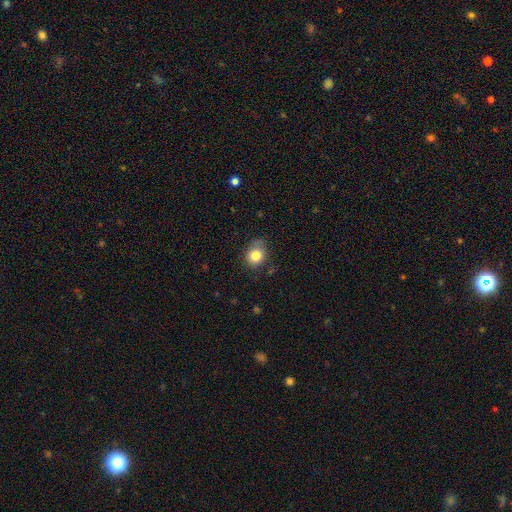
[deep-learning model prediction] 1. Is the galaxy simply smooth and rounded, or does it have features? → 82% smooth, 10% star or artifact, 8% featured or disk.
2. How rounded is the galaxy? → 61% round, 38% in between, 1% cigar-shaped.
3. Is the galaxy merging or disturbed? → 67% none, 25% minor disturbance, 6% major disturbance, 2% merger.